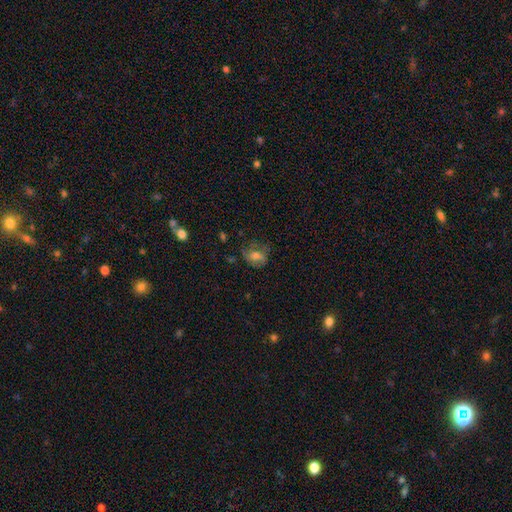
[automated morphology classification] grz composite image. It shows a smooth galaxy with no disk features (55%) that is round (53%). Merging: none (58%).